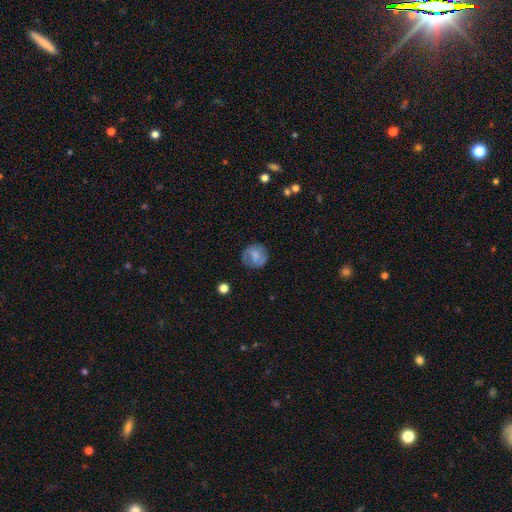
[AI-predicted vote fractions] A smooth galaxy with no disk features (53%) that is round (85%).

Vote fractions:
- Smooth or featured? smooth: 53% / featured or disk: 39% / star or artifact: 8%
- How rounded? round: 85% / in between: 14% / cigar-shaped: 1%
- Merging? none: 73% / minor disturbance: 18% / major disturbance: 7% / merger: 2%